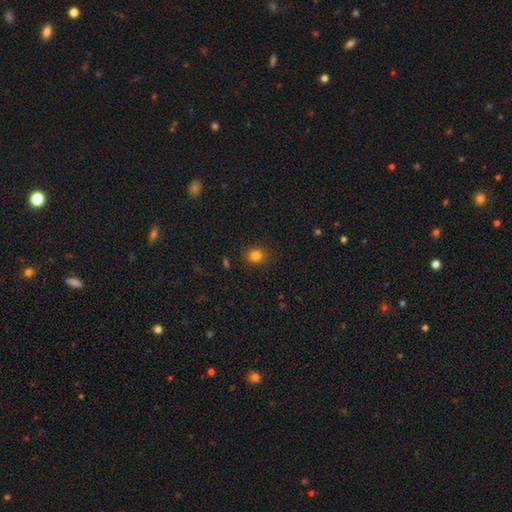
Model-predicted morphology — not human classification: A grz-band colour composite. It shows a smooth galaxy with no disk features (82%) that is round (69%). Merging: none (89%).